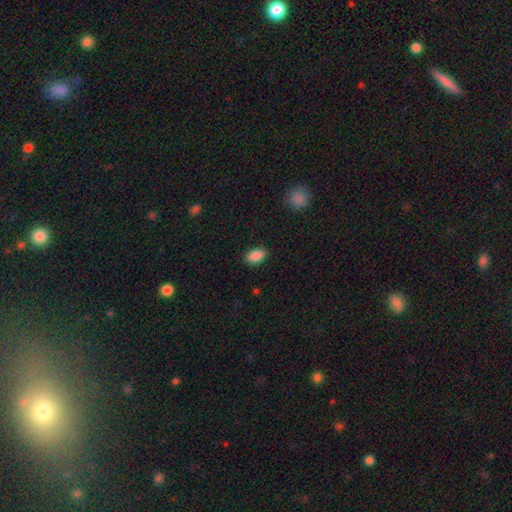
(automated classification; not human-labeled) The model was most divided on "merging": none: 87%, minor disturbance: 9%, major disturbance: 2%, merger: 1%. More confident: how rounded — in between (90%); smooth or featured — smooth (88%).